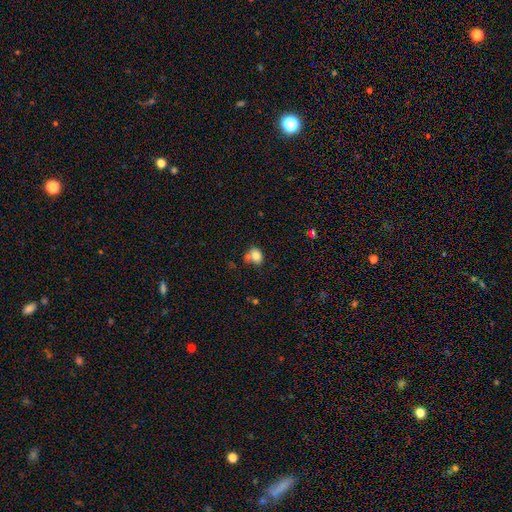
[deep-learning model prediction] Overall: smooth (80%). How rounded: round (50%; in between 49%). Merging: none (46%; minor disturbance 25%).